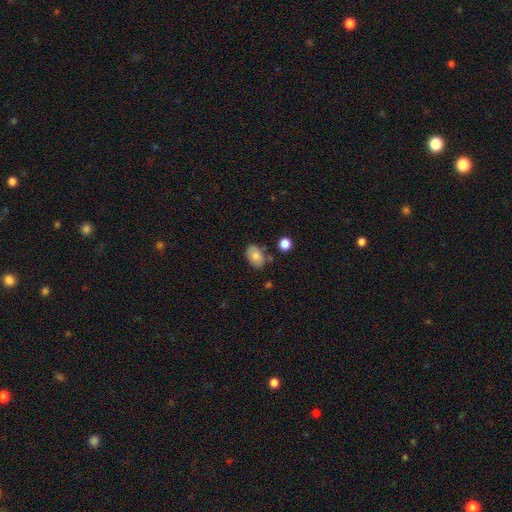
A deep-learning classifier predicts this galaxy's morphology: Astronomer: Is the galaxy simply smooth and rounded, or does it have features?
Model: smooth — 81%.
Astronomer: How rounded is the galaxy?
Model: in between — 85%.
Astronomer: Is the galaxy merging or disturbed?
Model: none — 67%.